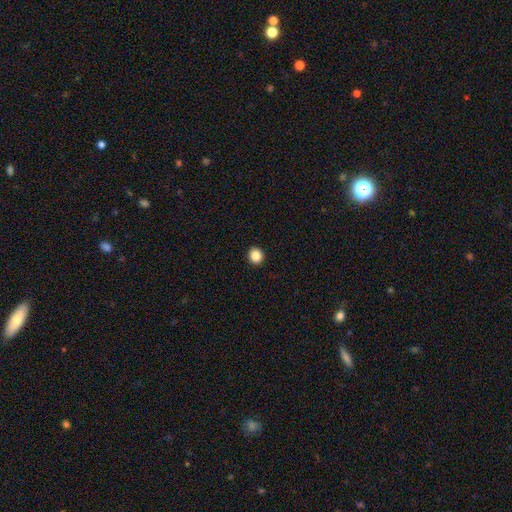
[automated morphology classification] This appears to be a smooth galaxy with no disk features (86%) that is round (85%). Merging: none (93%).